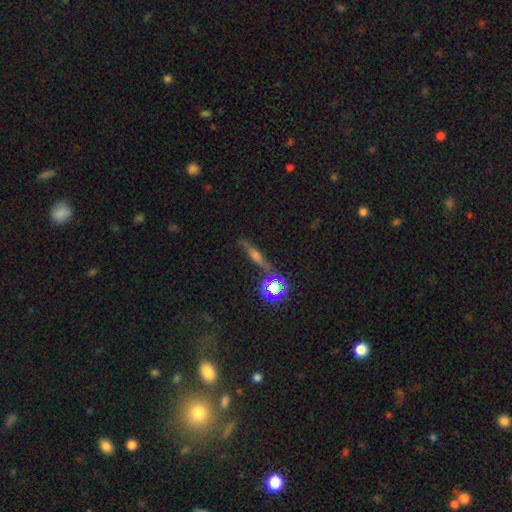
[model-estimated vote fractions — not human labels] Overall: featured or disk (46%; smooth 29%). Merging: none (73%).